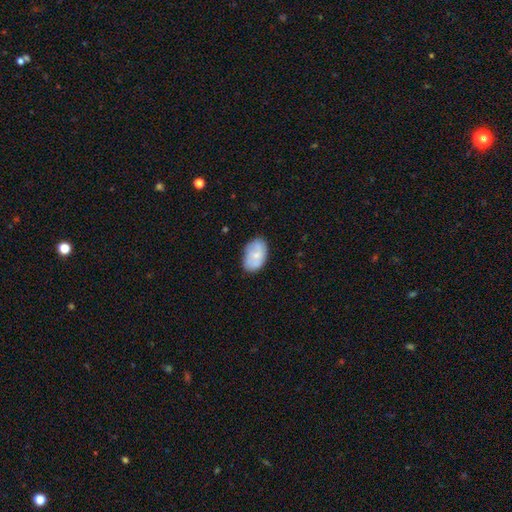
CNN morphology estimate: This appears to be a smooth galaxy with no disk features (60%) that is in between round and cigar-shaped (89%). Merging: none (69%).